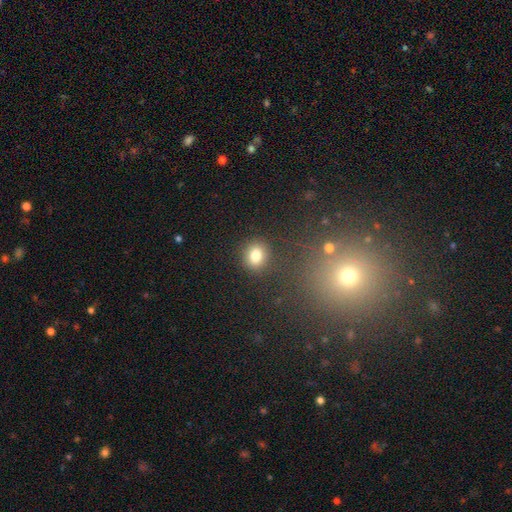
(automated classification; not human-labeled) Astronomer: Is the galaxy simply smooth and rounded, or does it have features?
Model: smooth — 80%.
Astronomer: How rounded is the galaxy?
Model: round — 67%.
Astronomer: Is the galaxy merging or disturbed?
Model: none — 86%.